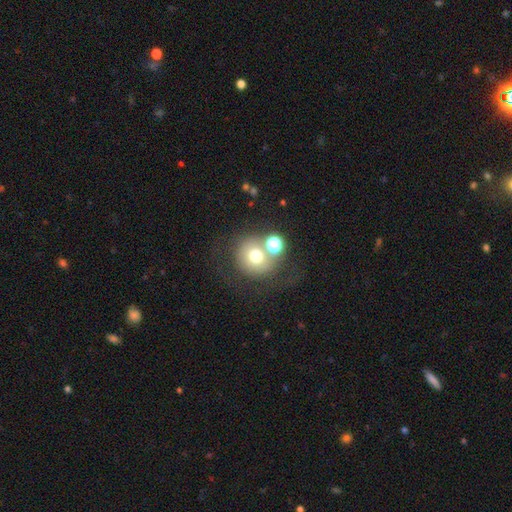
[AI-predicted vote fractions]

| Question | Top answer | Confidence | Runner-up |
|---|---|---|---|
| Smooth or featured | smooth | 65% | featured or disk (20%) |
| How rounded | round | 89% | in between (10%) |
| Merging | none | 48% | merger (27%) |